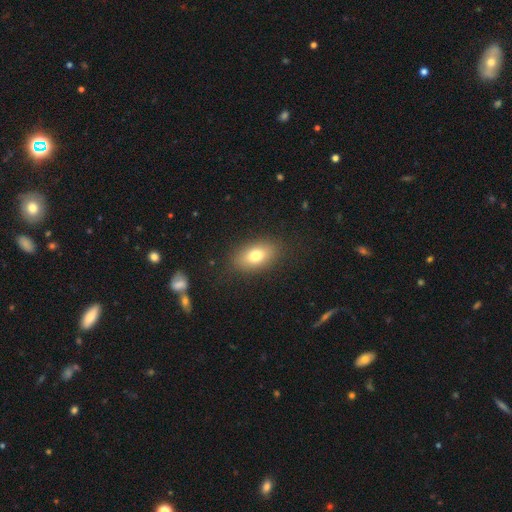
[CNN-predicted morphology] Overall: smooth (76%). How rounded: in between (86%). Merging: none (85%).